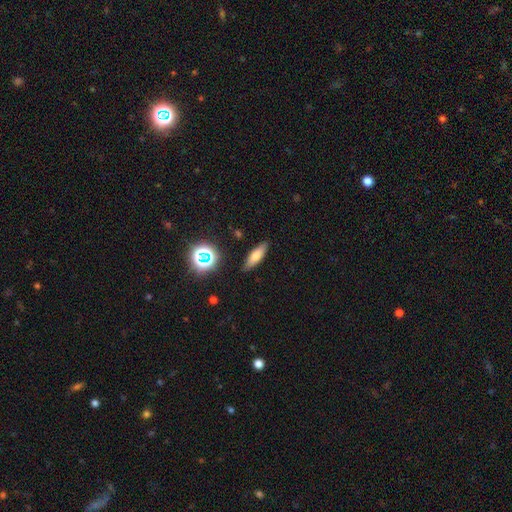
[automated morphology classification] smooth-or-featured: smooth: 67% | featured or disk: 21% | star or artifact: 12%
  how-rounded: cigar-shaped: 51% | in between: 45% | round: 4%
  merging: none: 86% | minor disturbance: 10% | major disturbance: 2% | merger: 2%